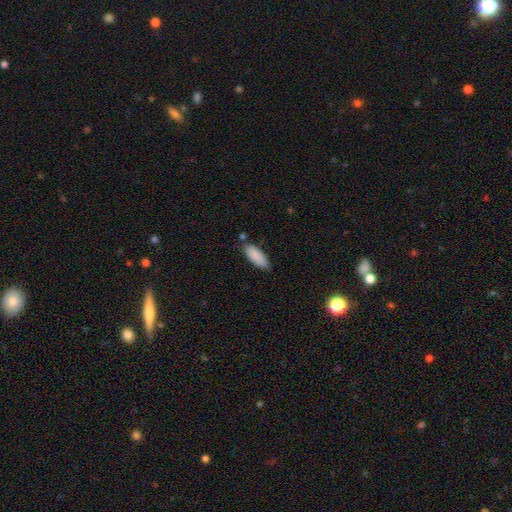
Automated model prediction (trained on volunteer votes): smooth_or_featured: smooth (p=0.89) [alt: star or artifact p=0.06]
how_rounded: in between (p=0.77) [alt: cigar-shaped p=0.22]
merging: none (p=0.76) [alt: minor disturbance p=0.16]